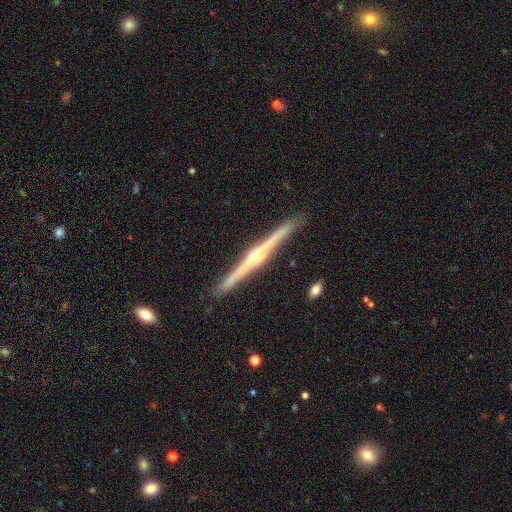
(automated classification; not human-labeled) Q: Smooth or featured?
A: featured or disk (85%); runner-up: smooth (10%)
Q: Edge-on disk?
A: yes (99%); runner-up: no (1%)
Q: Edge-on bulge?
A: rounded (88%); runner-up: none (7%)
Q: Merging?
A: none (91%); runner-up: minor disturbance (6%)